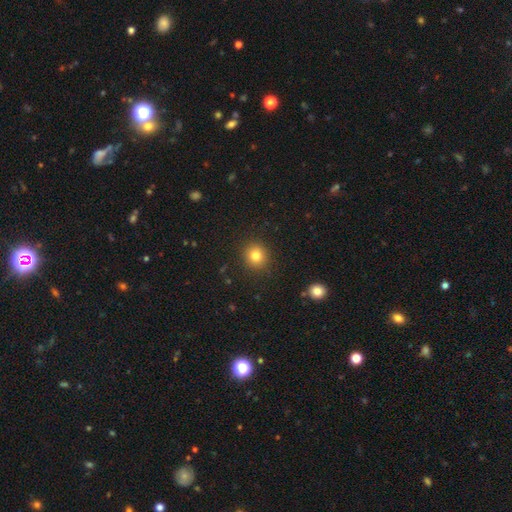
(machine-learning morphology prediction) smooth 81%, star or artifact 13%, featured or disk 7%. Down the decision tree: how rounded — round (89%); merging — none (91%).